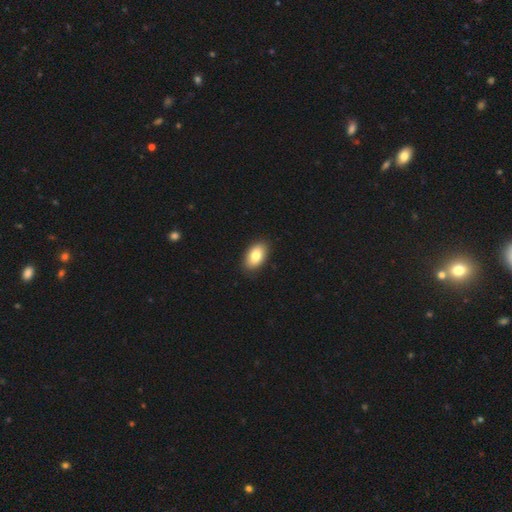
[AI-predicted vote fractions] This appears to be a smooth galaxy with no disk features (81%) that is in between round and cigar-shaped (92%). Merging: none (90%).